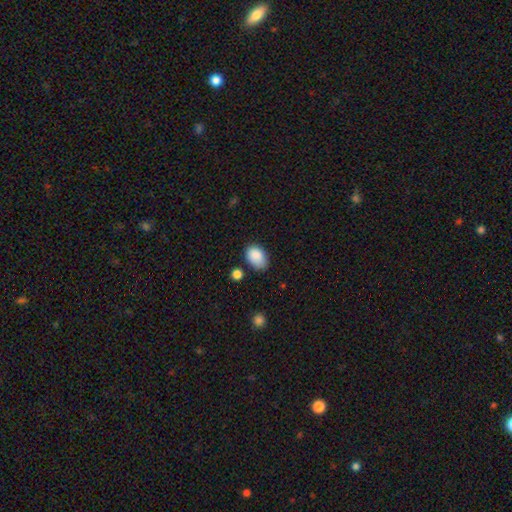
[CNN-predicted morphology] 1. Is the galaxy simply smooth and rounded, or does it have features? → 88% smooth, 8% star or artifact, 4% featured or disk.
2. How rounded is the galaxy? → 87% in between, 12% round, 1% cigar-shaped.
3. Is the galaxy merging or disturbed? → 67% none, 24% minor disturbance, 5% major disturbance, 4% merger.